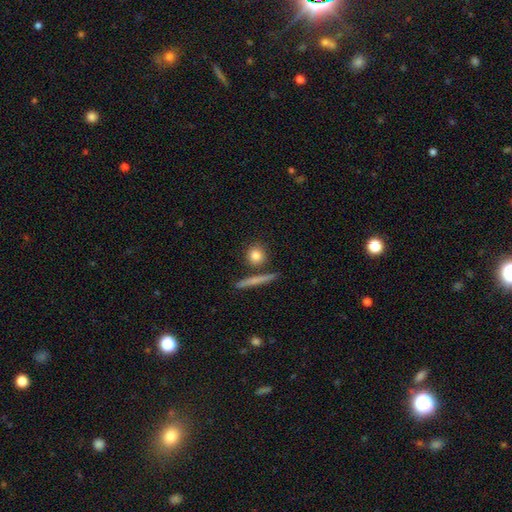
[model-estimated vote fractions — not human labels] Smooth or featured?
  - smooth: 80% *
  - featured or disk: 12%
  - star or artifact: 8%
How rounded?
  - round: 83% *
  - in between: 9%
  - cigar-shaped: 7%
Merging?
  - none: 78% *
  - merger: 10%
  - minor disturbance: 9%
  - major disturbance: 3%